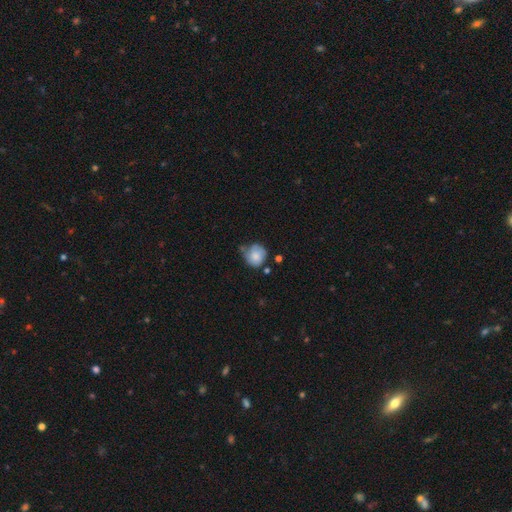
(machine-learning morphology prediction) Q: Smooth or featured?
A: smooth (79%); runner-up: featured or disk (14%)
Q: How rounded?
A: round (87%); runner-up: in between (12%)
Q: Merging?
A: none (51%); runner-up: minor disturbance (32%)